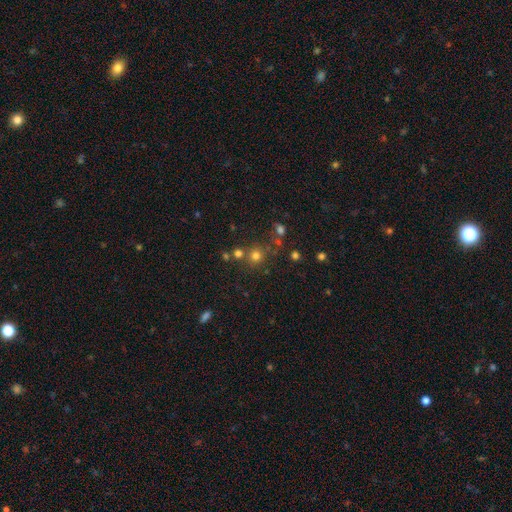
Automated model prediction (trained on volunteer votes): smooth-or-featured: smooth: 70% | star or artifact: 22% | featured or disk: 8%
  how-rounded: round: 90% | in between: 9% | cigar-shaped: 1%
  merging: none: 70% | merger: 16% | minor disturbance: 9% | major disturbance: 4%